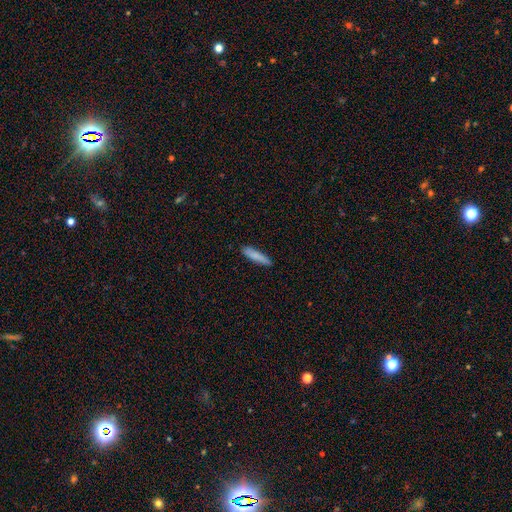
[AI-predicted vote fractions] A smooth galaxy with no disk features (84%) that is cigar-shaped (80%).

Vote fractions:
- Smooth or featured? smooth: 84% / featured or disk: 10% / star or artifact: 6%
- How rounded? cigar-shaped: 80% / in between: 19% / round: 1%
- Merging? none: 84% / minor disturbance: 13% / major disturbance: 2% / merger: 1%